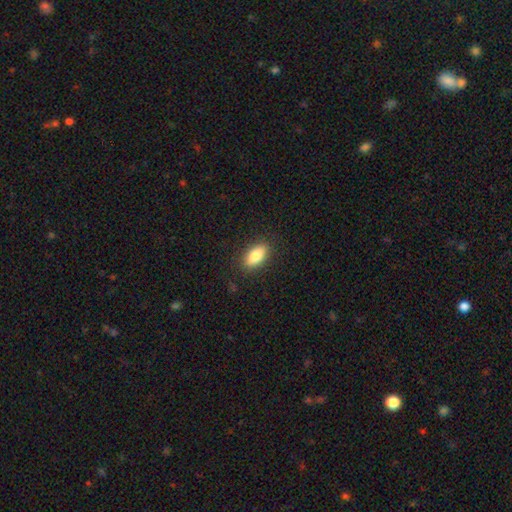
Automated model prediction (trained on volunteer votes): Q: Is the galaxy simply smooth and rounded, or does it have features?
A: smooth — 84%.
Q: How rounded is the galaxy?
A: in between — 88%.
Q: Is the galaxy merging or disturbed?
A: none — 87%.